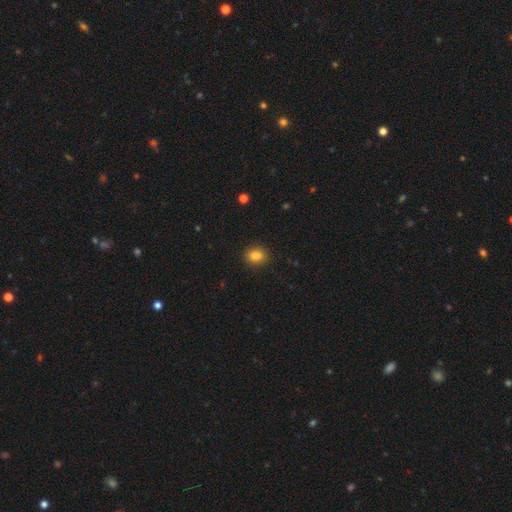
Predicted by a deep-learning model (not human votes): This appears to be a smooth galaxy with no disk features (84%) that is round (64%). Merging: none (91%).